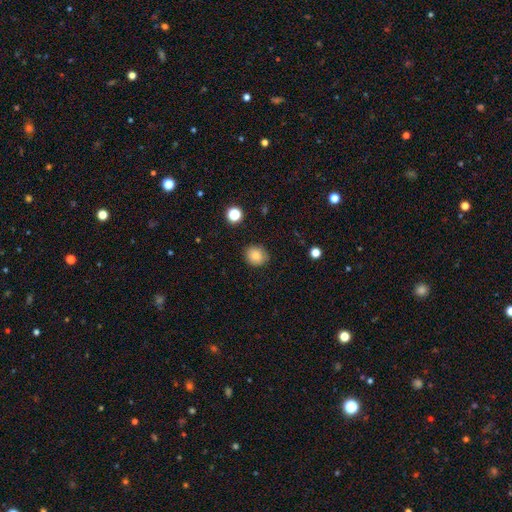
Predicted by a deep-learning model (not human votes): smooth 83%, star or artifact 10%, featured or disk 7%. Down the decision tree: how rounded — round (80%); merging — none (86%).